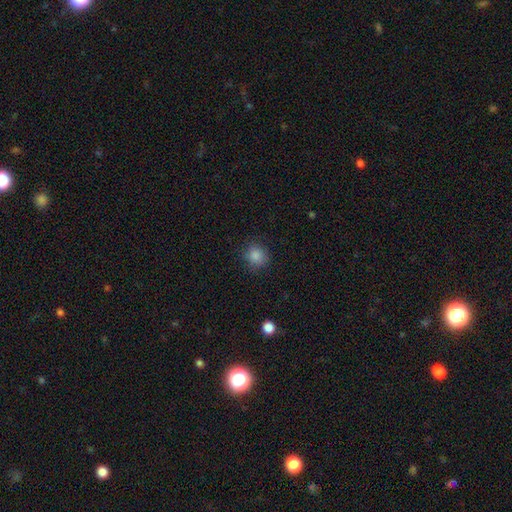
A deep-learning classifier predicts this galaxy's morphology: The model was most divided on "how rounded": round: 85%, in between: 14%, cigar-shaped: 1%. More confident: smooth or featured — smooth (85%); merging — none (85%).